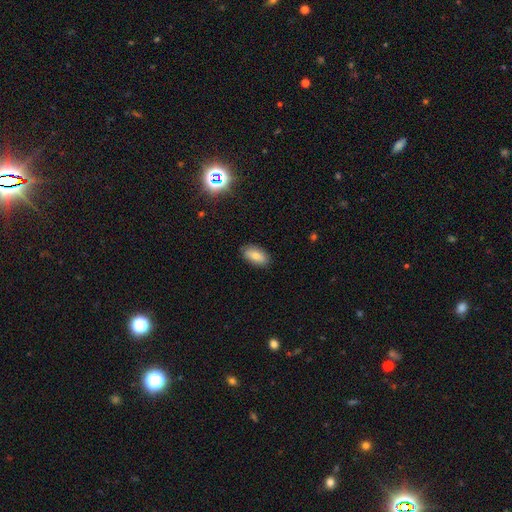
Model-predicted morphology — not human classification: Q: Smooth or featured?
A: smooth (78%); runner-up: featured or disk (13%)
Q: How rounded?
A: in between (91%); runner-up: cigar-shaped (5%)
Q: Merging?
A: none (86%); runner-up: minor disturbance (10%)